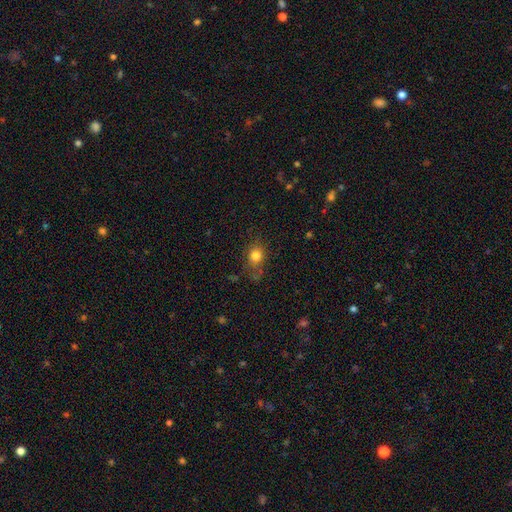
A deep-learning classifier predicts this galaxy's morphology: Smooth or featured: smooth — 79% (star or artifact — 12%)
How rounded: round — 66% (in between — 33%)
Merging: none — 70% (minor disturbance — 20%)